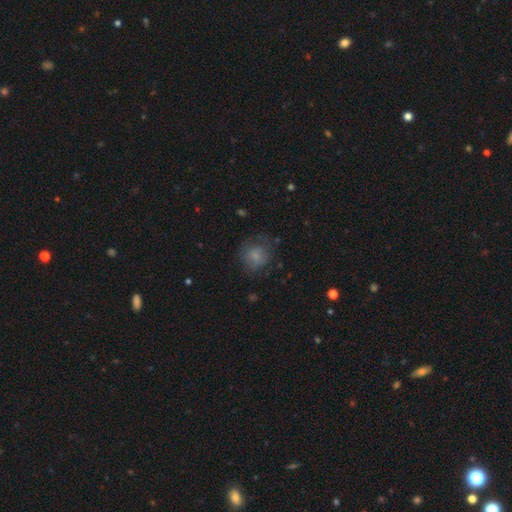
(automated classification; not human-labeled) Q: Smooth or featured?
A: smooth (70%); runner-up: featured or disk (19%)
Q: How rounded?
A: round (77%); runner-up: in between (22%)
Q: Merging?
A: none (58%); runner-up: minor disturbance (23%)